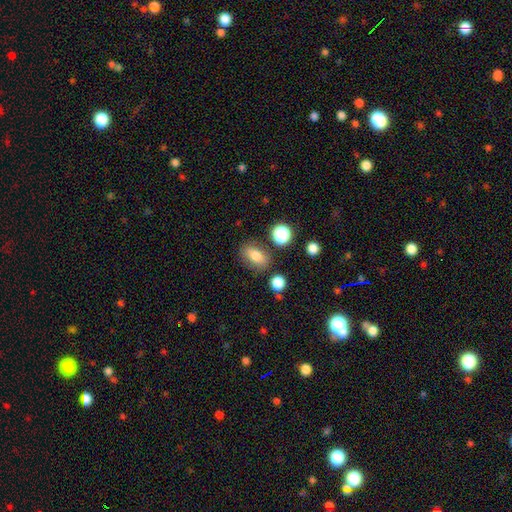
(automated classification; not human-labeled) A smooth galaxy with no disk features (77%) that is in between round and cigar-shaped (79%). Merging: none (77%).